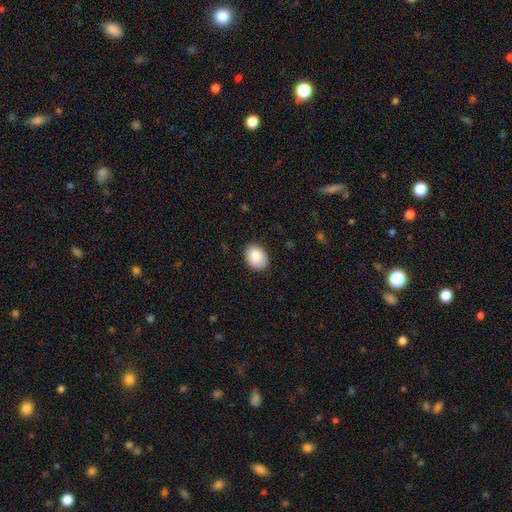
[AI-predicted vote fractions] Smooth or featured?
  - smooth: 83% *
  - featured or disk: 10%
  - star or artifact: 7%
How rounded?
  - in between: 64% *
  - round: 36%
  - cigar-shaped: 1%
Merging?
  - none: 87% *
  - minor disturbance: 10%
  - major disturbance: 2%
  - merger: 1%